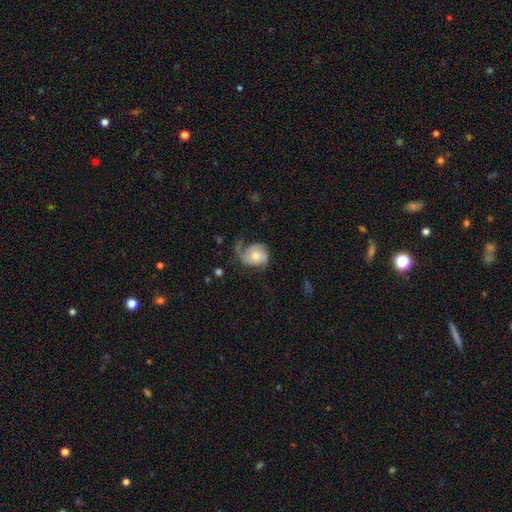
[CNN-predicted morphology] Smooth or featured? Predicted: featured or disk (p=0.57). Edge-on disk? Predicted: no (p=0.97). Bar? Predicted: no (p=0.74). Spiral arms? Predicted: yes (p=0.88). Bulge size? Predicted: moderate (p=0.52). Merging? Predicted: none (p=0.37).